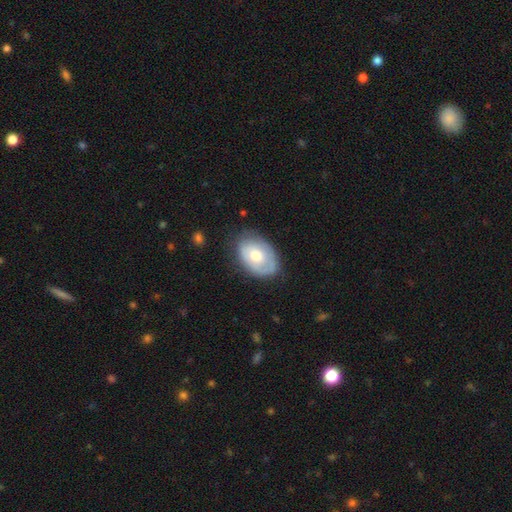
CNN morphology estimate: Smooth or featured?
  - smooth: 56% *
  - featured or disk: 38%
  - star or artifact: 6%
How rounded?
  - in between: 83% *
  - round: 16%
  - cigar-shaped: 1%
Merging?
  - none: 69% *
  - minor disturbance: 23%
  - major disturbance: 6%
  - merger: 1%